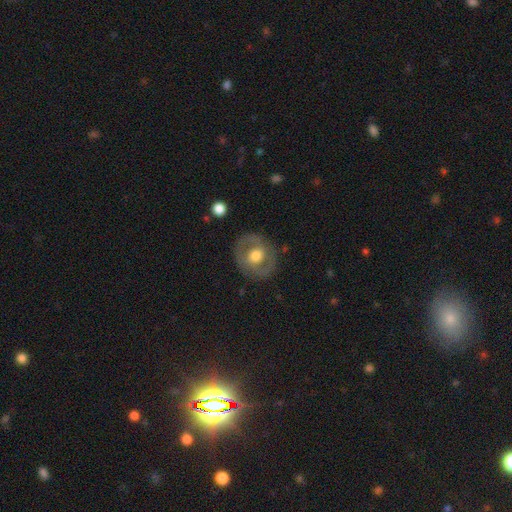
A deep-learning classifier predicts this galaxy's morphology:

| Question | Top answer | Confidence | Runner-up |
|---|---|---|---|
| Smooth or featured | featured or disk | 51% | smooth (43%) |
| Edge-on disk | no | 95% | yes (5%) |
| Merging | none | 81% | minor disturbance (12%) |